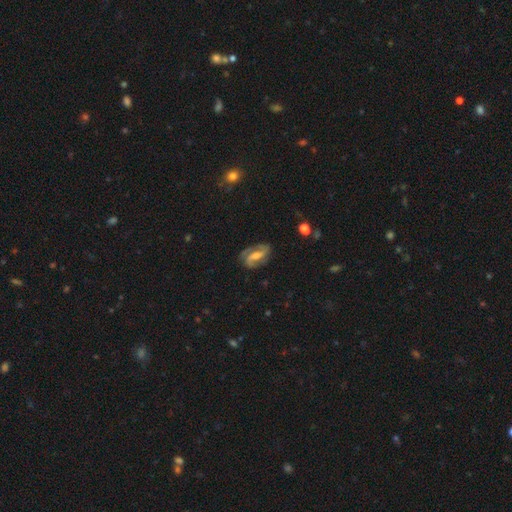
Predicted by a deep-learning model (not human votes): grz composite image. It shows a featured or disk galaxy (82%) with a weak bar (43%), 2 (85%) medium (49%) spiral arms (95%) and a moderate central bulge (50%). Merging: none (76%).